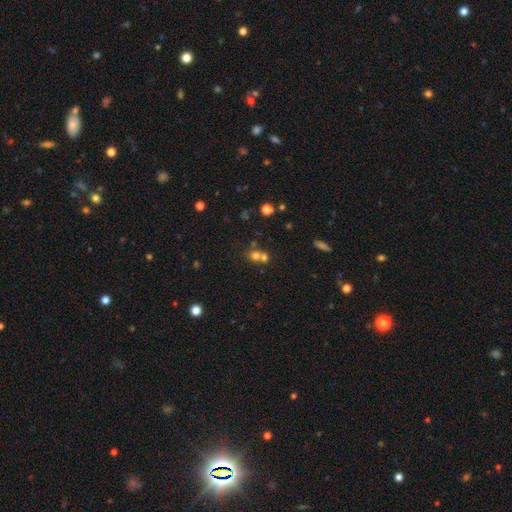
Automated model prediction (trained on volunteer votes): Smooth or featured? Predicted: smooth (p=0.65). How rounded? Predicted: round (p=0.80). Merging? Predicted: merger (p=0.49).